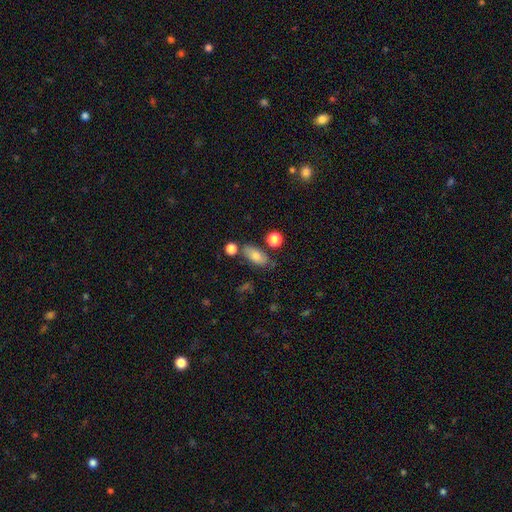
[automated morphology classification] The model was most divided on "merging": none: 72%, minor disturbance: 16%, merger: 8%, major disturbance: 4%. More confident: how rounded — in between (87%); smooth or featured — smooth (76%).